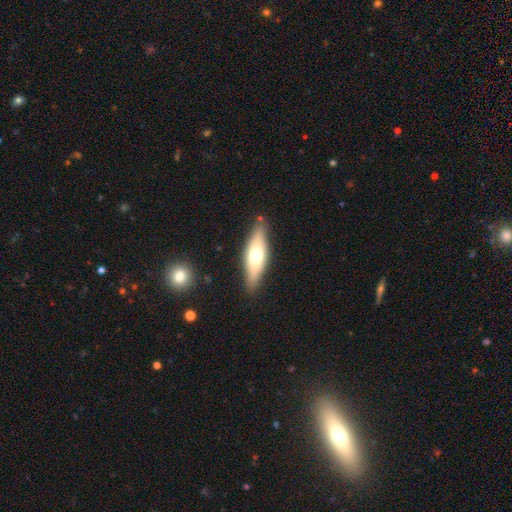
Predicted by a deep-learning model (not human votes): Smooth or featured?
  - smooth: 55% *
  - featured or disk: 39%
  - star or artifact: 6%
How rounded?
  - in between: 53% *
  - cigar-shaped: 45%
  - round: 2%
Merging?
  - none: 82% *
  - minor disturbance: 13%
  - major disturbance: 3%
  - merger: 2%